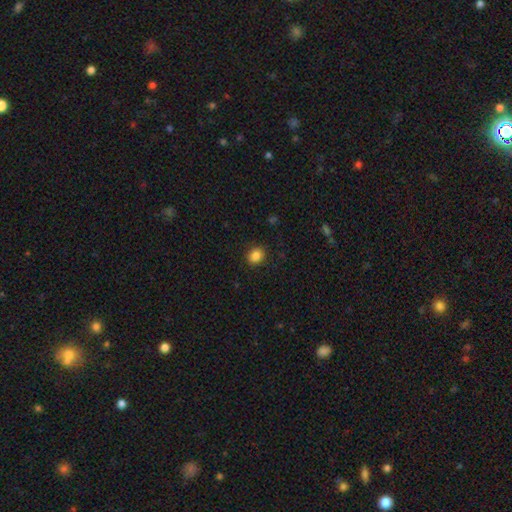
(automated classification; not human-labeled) Smooth or featured? Predicted: smooth (p=0.86). How rounded? Predicted: round (p=0.68). Merging? Predicted: none (p=0.90).